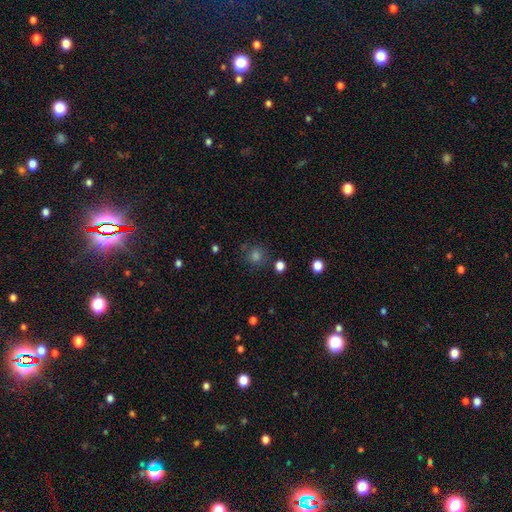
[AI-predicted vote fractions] smooth_or_featured: smooth (p=0.68) [alt: star or artifact p=0.24]
how_rounded: round (p=0.91) [alt: in between p=0.08]
merging: none (p=0.83) [alt: minor disturbance p=0.10]